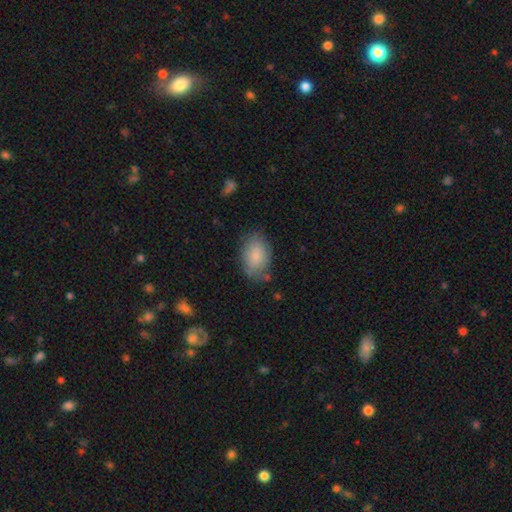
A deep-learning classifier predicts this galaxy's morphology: Smooth or featured?
  - smooth: 79% *
  - featured or disk: 14%
  - star or artifact: 7%
How rounded?
  - in between: 86% *
  - round: 13%
  - cigar-shaped: 1%
Merging?
  - none: 67% *
  - minor disturbance: 24%
  - major disturbance: 7%
  - merger: 3%